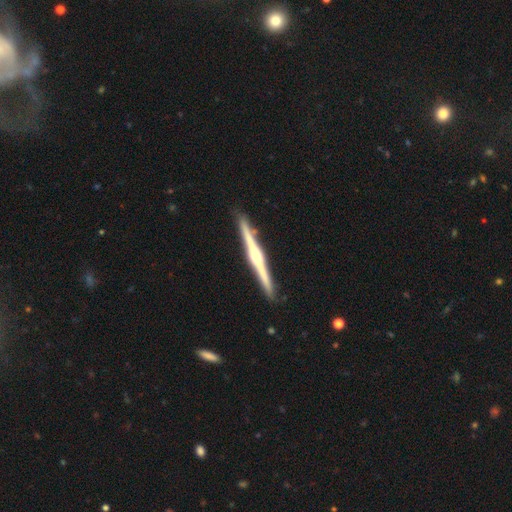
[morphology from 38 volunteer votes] Smooth or featured?
  - featured or disk: 89% *
  - smooth: 5%
  - star or artifact: 5%
Edge-on disk?
  - yes: 91% *
  - no: 9%
Edge-on bulge?
  - rounded: 87% *
  - boxy: 6%
  - none: 6%
Merging?
  - none: 89% *
  - minor disturbance: 8%
  - major disturbance: 3%
  - merger: 0%